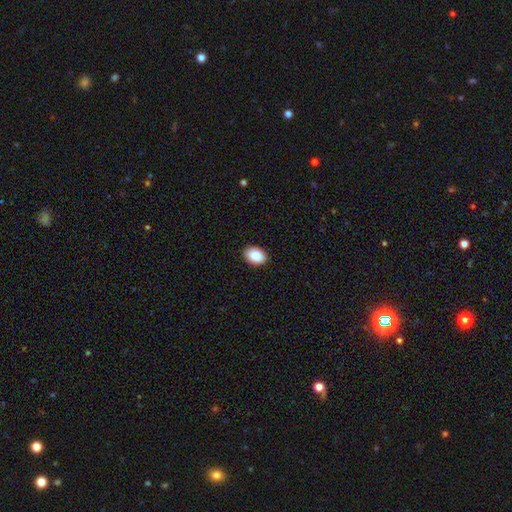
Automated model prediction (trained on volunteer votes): A smooth galaxy with no disk features (90%) that is in between round and cigar-shaped (85%). Merging: none (88%).